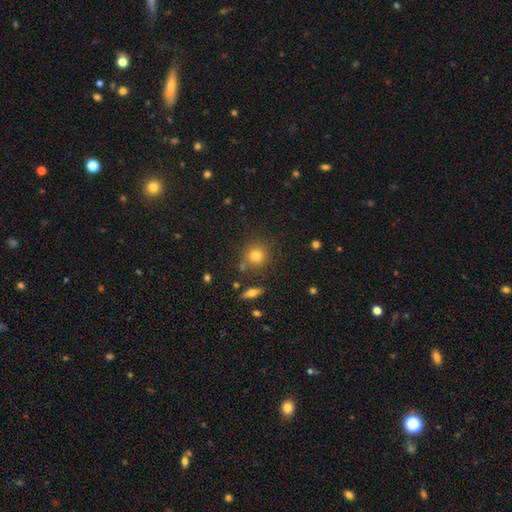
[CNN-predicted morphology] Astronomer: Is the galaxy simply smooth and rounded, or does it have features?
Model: smooth — 78%.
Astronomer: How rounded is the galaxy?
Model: round — 89%.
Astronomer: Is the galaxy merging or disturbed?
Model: none — 76%.